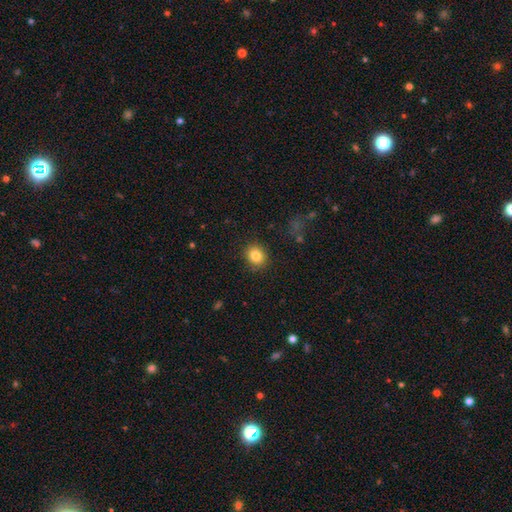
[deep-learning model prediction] This appears to be a smooth galaxy with no disk features (83%) that is round (75%). Merging: none (87%).